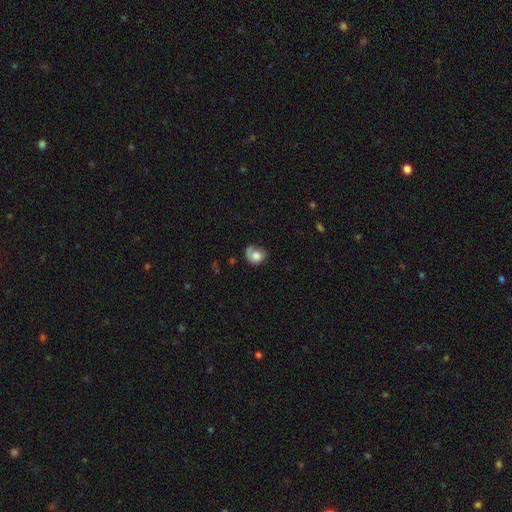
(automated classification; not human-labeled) Smooth or featured? smooth (66%)
How rounded? round (67%)
Merging? none (43%)